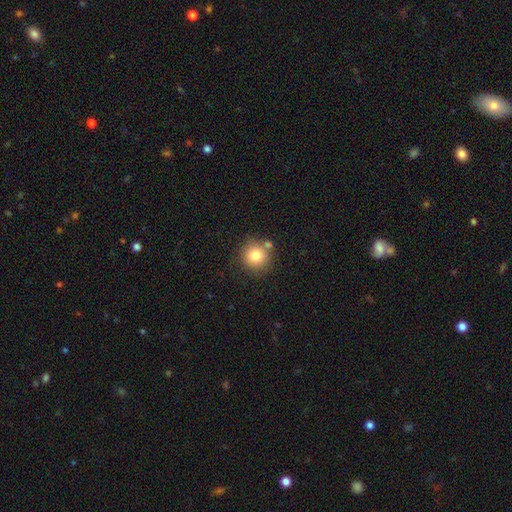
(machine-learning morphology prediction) Smooth or featured? smooth (80%)
How rounded? round (92%)
Merging? none (75%)